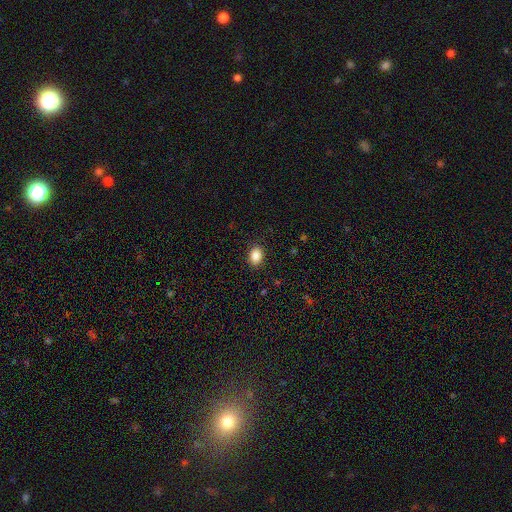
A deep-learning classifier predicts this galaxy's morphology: The model was most divided on "how rounded": in between: 74%, round: 25%, cigar-shaped: 1%. More confident: merging — none (89%); smooth or featured — smooth (88%).